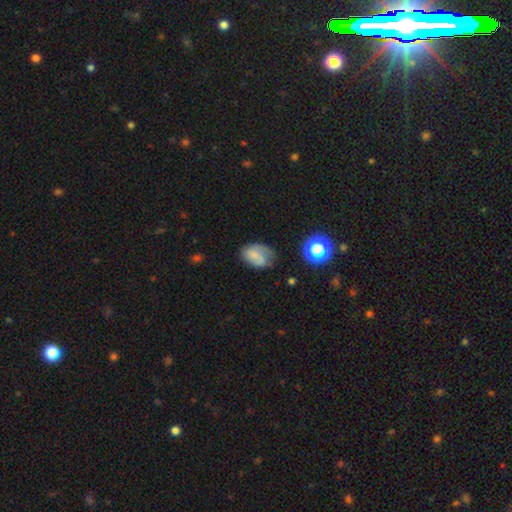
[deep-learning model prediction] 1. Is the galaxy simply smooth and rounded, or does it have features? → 53% smooth, 36% featured or disk, 11% star or artifact.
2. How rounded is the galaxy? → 77% in between, 22% round, 1% cigar-shaped.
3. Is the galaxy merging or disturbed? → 45% none, 32% minor disturbance, 20% major disturbance, 3% merger.